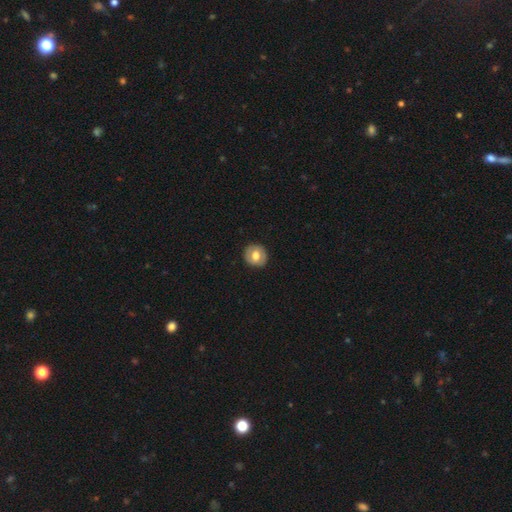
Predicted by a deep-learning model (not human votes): Smooth or featured? Predicted: smooth (p=0.62). How rounded? Predicted: round (p=0.88). Merging? Predicted: none (p=0.89).